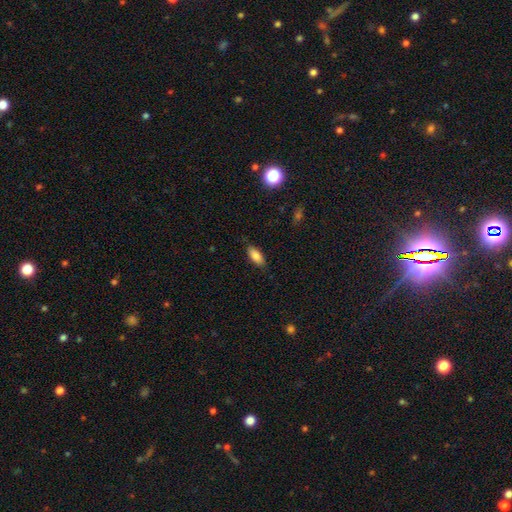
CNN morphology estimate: Smooth or featured? Predicted: smooth (p=0.85). How rounded? Predicted: in between (p=0.85). Merging? Predicted: none (p=0.85).